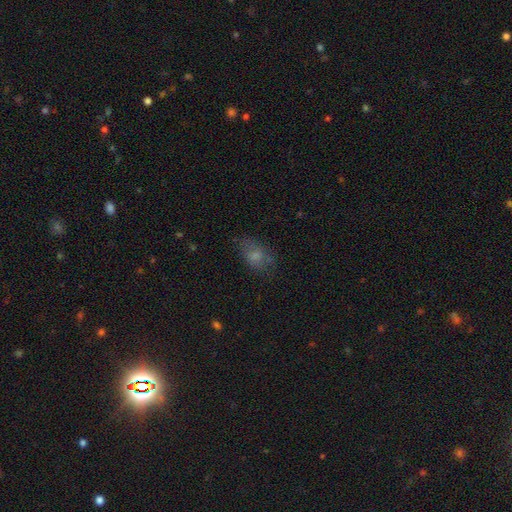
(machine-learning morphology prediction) This is likely a smooth galaxy (71%). How rounded: clearly in between (85%). Merging: likely none (61%).